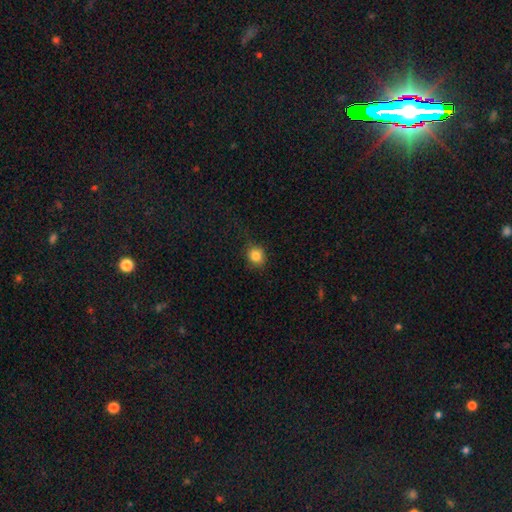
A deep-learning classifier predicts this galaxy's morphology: type=smooth (84%); roundness=round (78%); merging=none (82%).